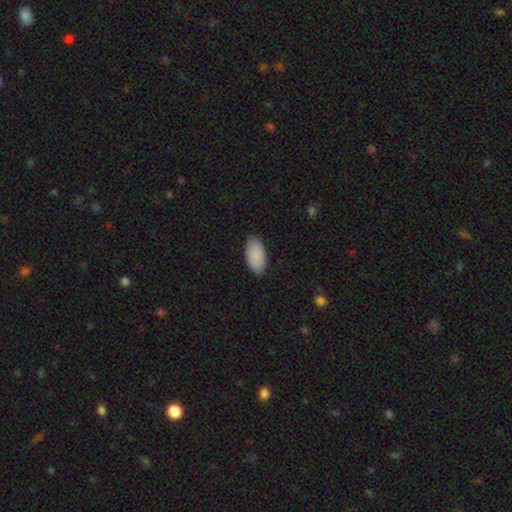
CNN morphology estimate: A smooth galaxy with no disk features (89%) that is in between round and cigar-shaped (95%). Merging: none (85%).